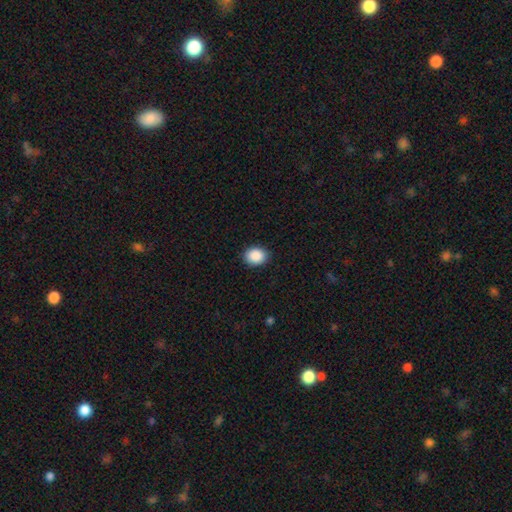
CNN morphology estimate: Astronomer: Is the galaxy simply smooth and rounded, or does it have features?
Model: smooth — 90%.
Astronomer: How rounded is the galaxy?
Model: round — 50% (runner-up: in between, 49%).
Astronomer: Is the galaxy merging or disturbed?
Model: none — 89%.